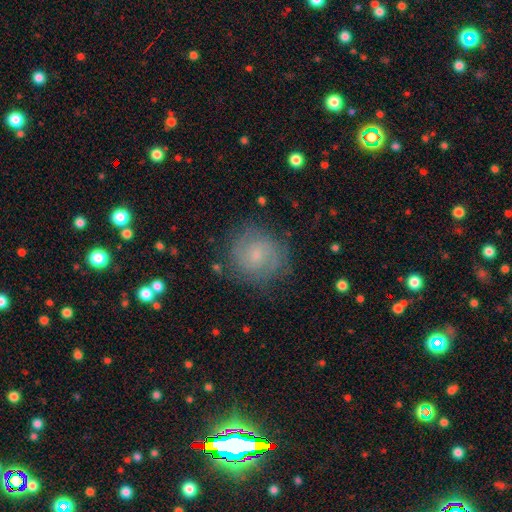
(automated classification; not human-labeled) A featured or disk galaxy (54%) with no bar (62%), spiral arms (88%) and a small central bulge (67%).

Vote fractions:
- Smooth or featured? featured or disk: 54% / smooth: 34% / star or artifact: 12%
- Edge-on disk? no: 98% / yes: 2%
- Bar? no: 62% / weak: 33% / strong: 5%
- Spiral arms? yes: 88% / no: 12%
- Bulge size? small: 67% / moderate: 20% / none: 10% / large: 2% / dominant: 1%
- Merging? none: 81% / minor disturbance: 13% / major disturbance: 5% / merger: 1%